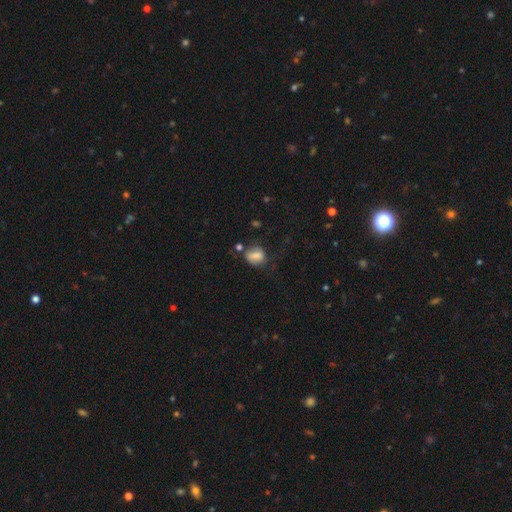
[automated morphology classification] Q: Smooth or featured?
A: smooth (73%); runner-up: featured or disk (17%)
Q: How rounded?
A: in between (59%); runner-up: round (39%)
Q: Merging?
A: none (48%); runner-up: minor disturbance (28%)